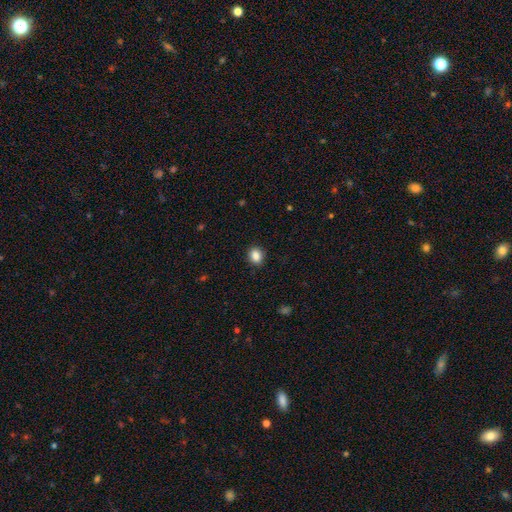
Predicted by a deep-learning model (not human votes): smooth 86%, star or artifact 9%, featured or disk 4%. Down the decision tree: how rounded — round (53%); merging — none (90%).